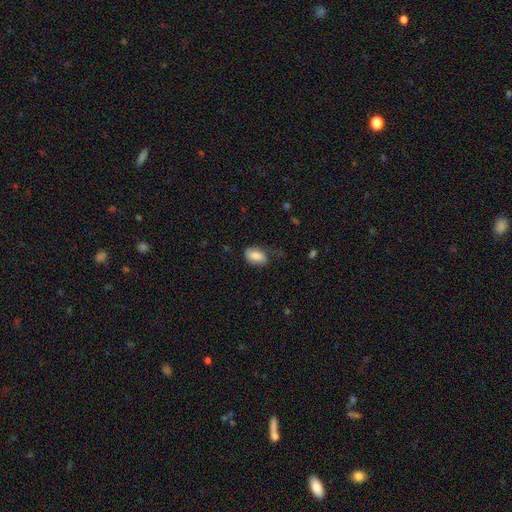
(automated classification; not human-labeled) Smooth or featured? smooth (80%)
How rounded? in between (91%)
Merging? none (57%)